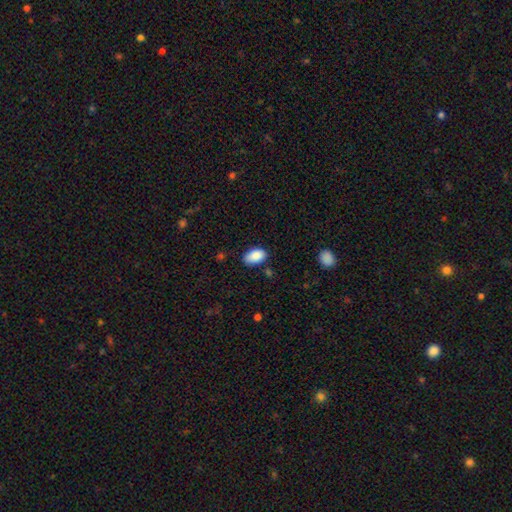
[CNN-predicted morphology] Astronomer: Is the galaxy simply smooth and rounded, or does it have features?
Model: smooth — 88%.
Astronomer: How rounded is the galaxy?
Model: in between — 93%.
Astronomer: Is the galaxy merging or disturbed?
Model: none — 78%.